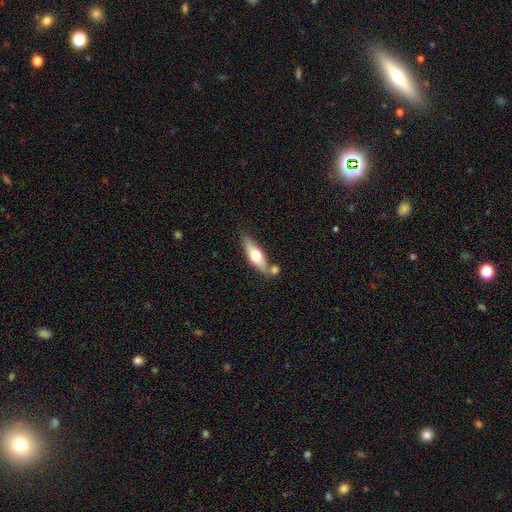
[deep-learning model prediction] A smooth galaxy with no disk features (54%) that is in between round and cigar-shaped (49%).

Vote fractions:
- Smooth or featured? smooth: 54% / featured or disk: 41% / star or artifact: 5%
- How rounded? in between: 49% / cigar-shaped: 48% / round: 3%
- Merging? none: 63% / merger: 18% / minor disturbance: 15% / major disturbance: 4%